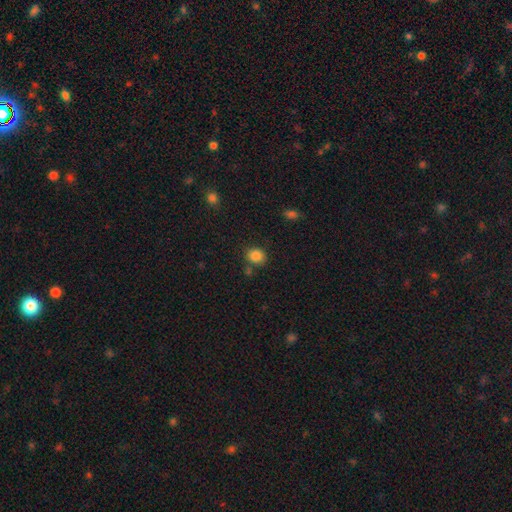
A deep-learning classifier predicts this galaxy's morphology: Smooth or featured?
  - smooth: 86% *
  - star or artifact: 10%
  - featured or disk: 4%
How rounded?
  - round: 68% *
  - in between: 31%
  - cigar-shaped: 1%
Merging?
  - none: 76% *
  - minor disturbance: 12%
  - merger: 8%
  - major disturbance: 4%